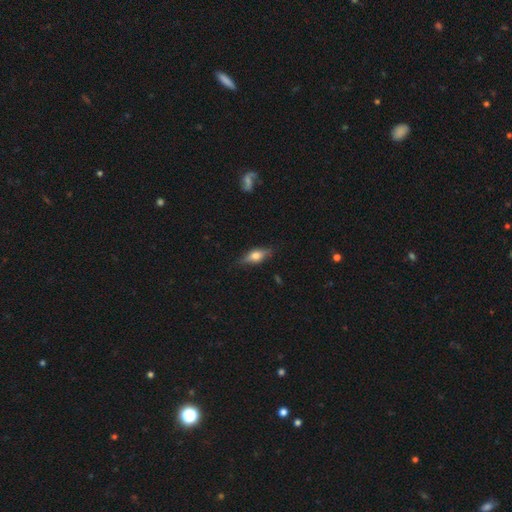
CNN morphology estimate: A smooth galaxy with no disk features (49%).

Vote fractions:
- Smooth or featured? smooth: 49% / featured or disk: 44% / star or artifact: 7%
- Merging? none: 81% / minor disturbance: 14% / major disturbance: 3% / merger: 1%